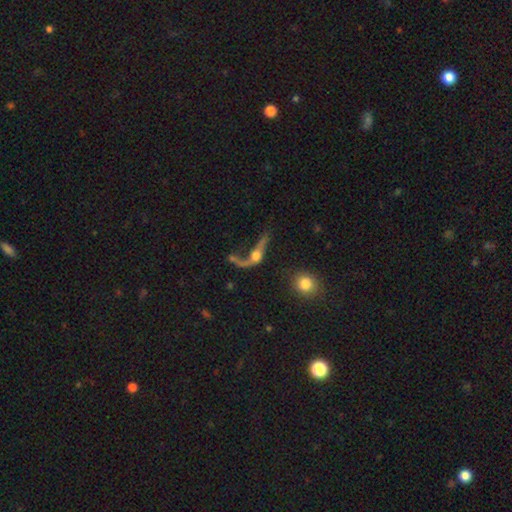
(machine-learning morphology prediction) Smooth or featured? Predicted: featured or disk (p=0.66). Edge-on disk? Predicted: no (p=0.79). Bar? Predicted: no (p=0.71). Spiral arms? Predicted: yes (p=0.70). Bulge size? Predicted: moderate (p=0.50). Merging? Predicted: major disturbance (p=0.42).